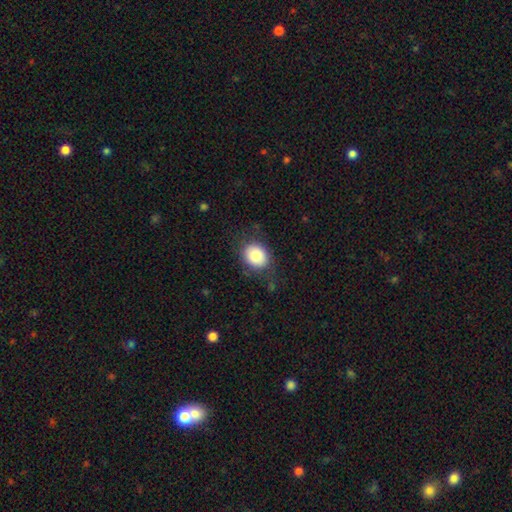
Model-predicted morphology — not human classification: Smooth or featured: smooth — 83% (featured or disk — 9%)
How rounded: round — 53% (in between — 46%)
Merging: none — 79% (minor disturbance — 14%)